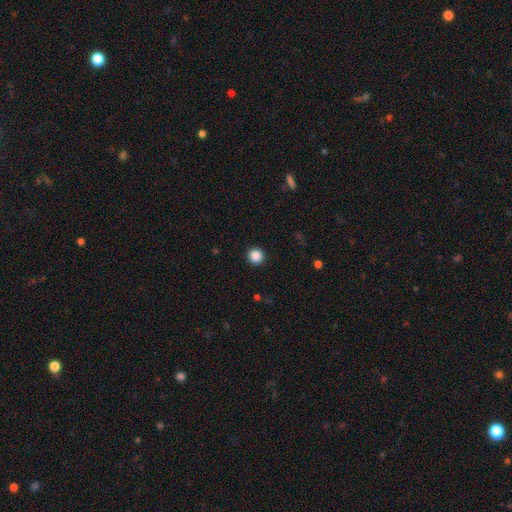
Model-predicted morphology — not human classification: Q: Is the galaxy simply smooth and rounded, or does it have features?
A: smooth — 87%.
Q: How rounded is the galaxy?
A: round — 95%.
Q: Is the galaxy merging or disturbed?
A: none — 93%.